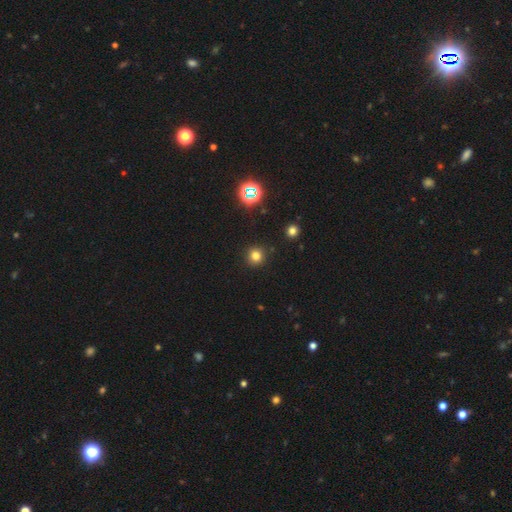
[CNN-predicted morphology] Smooth or featured? Predicted: smooth (p=0.76). How rounded? Predicted: round (p=0.93). Merging? Predicted: none (p=0.91).